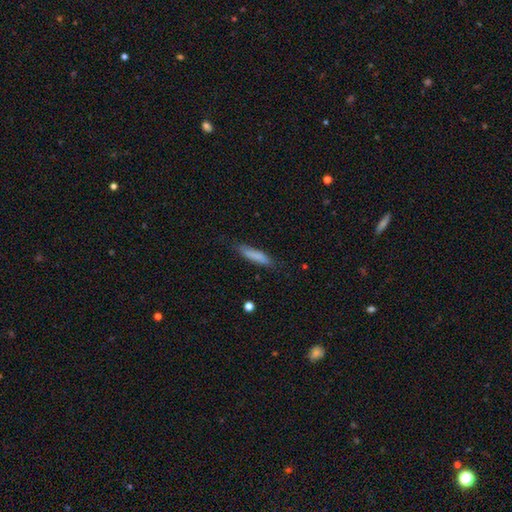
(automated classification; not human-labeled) Smooth or featured?
  - smooth: 81% *
  - featured or disk: 13%
  - star or artifact: 7%
How rounded?
  - cigar-shaped: 83% *
  - in between: 16%
  - round: 1%
Merging?
  - none: 79% *
  - minor disturbance: 16%
  - major disturbance: 3%
  - merger: 1%